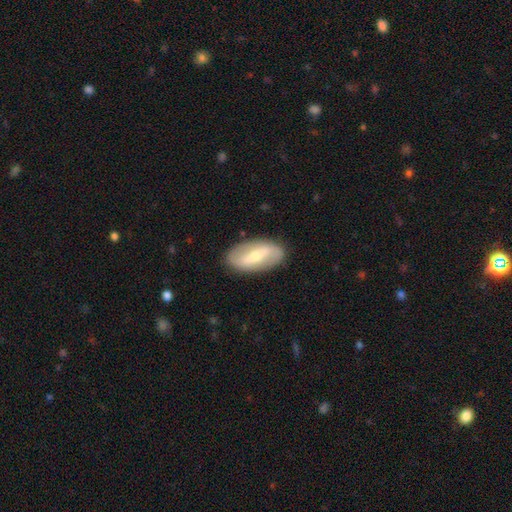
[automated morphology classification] featured or disk 66%, smooth 29%, star or artifact 5%. Down the decision tree: edge-on disk — no (90%); bar — strong (54%); spiral arms — yes (65%); bulge size — small (51%); merging — none (87%).